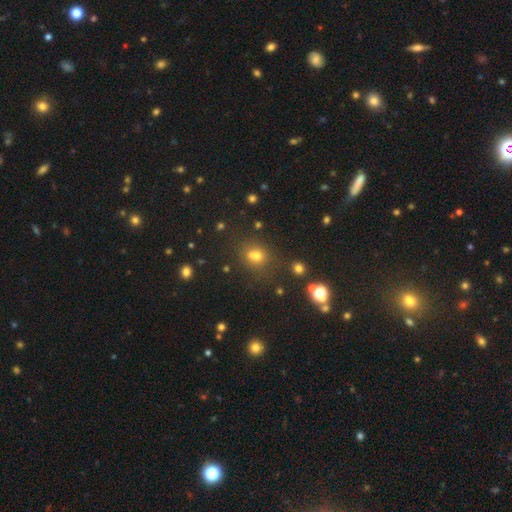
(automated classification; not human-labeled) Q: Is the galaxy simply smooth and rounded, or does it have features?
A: smooth — 61%.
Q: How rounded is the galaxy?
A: round — 72%.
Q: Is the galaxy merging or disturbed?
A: none — 59%.